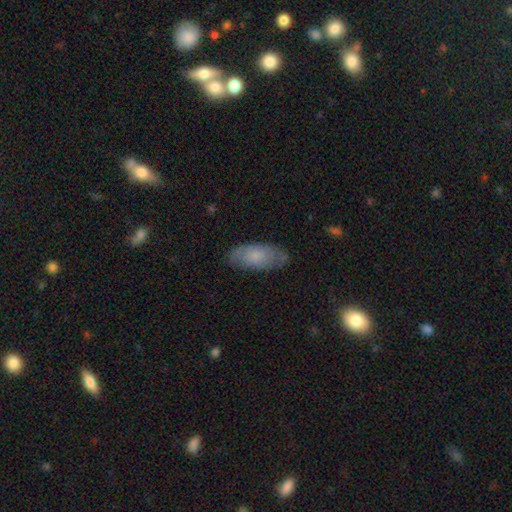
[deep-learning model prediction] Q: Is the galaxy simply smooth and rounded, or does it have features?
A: smooth — 59%.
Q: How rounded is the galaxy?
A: in between — 87%.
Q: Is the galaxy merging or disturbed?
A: none — 75%.